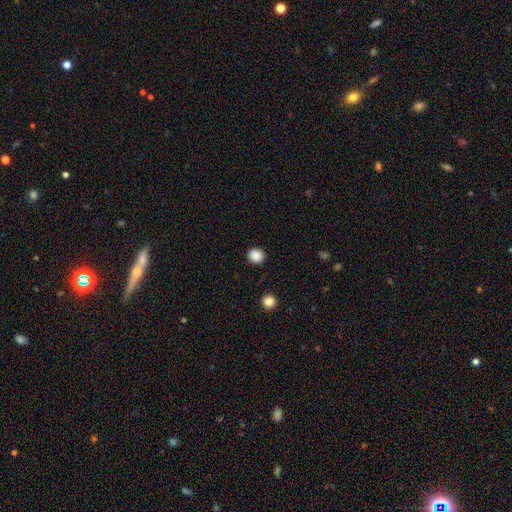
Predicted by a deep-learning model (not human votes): Q: Smooth or featured?
A: smooth (87%); runner-up: star or artifact (10%)
Q: How rounded?
A: round (86%); runner-up: in between (13%)
Q: Merging?
A: none (91%); runner-up: minor disturbance (6%)